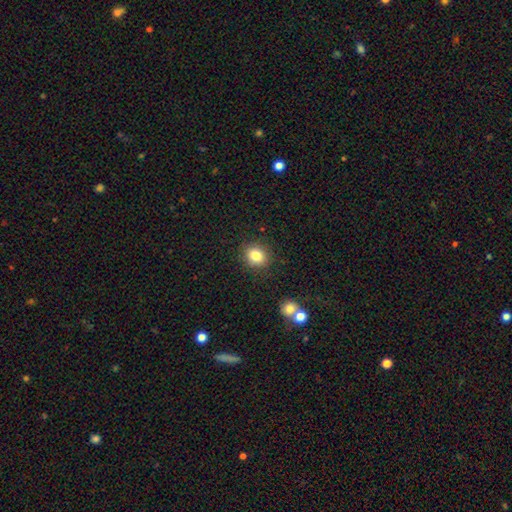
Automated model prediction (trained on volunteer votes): Smooth or featured: smooth — 82% (star or artifact — 11%)
How rounded: round — 72% (in between — 27%)
Merging: none — 88% (minor disturbance — 8%)